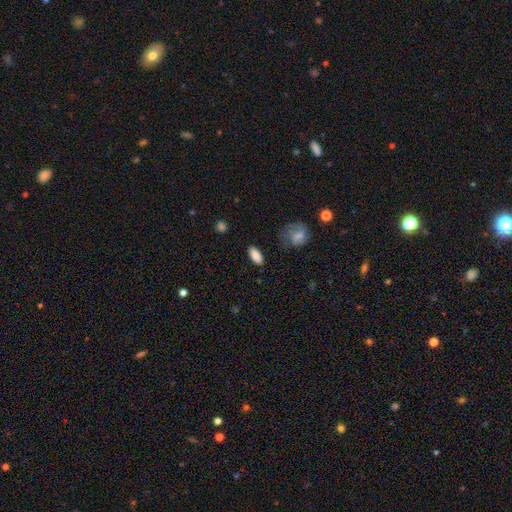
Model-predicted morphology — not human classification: smooth_or_featured: smooth (p=0.86) [alt: featured or disk p=0.07]
how_rounded: in between (p=0.89) [alt: cigar-shaped p=0.08]
merging: none (p=0.83) [alt: minor disturbance p=0.11]